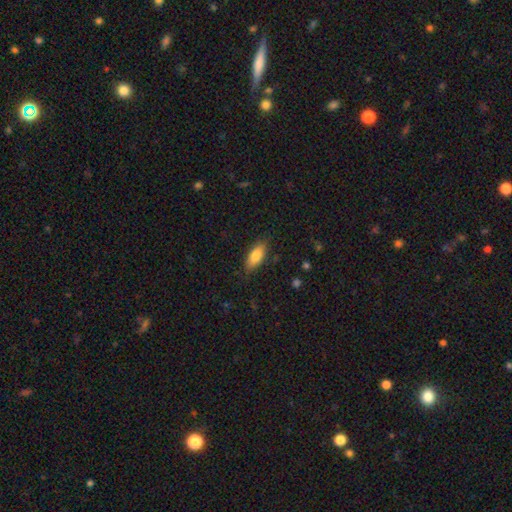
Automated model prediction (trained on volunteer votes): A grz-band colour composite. It shows a smooth galaxy with no disk features (80%) that is in between round and cigar-shaped (79%). Merging: none (84%).